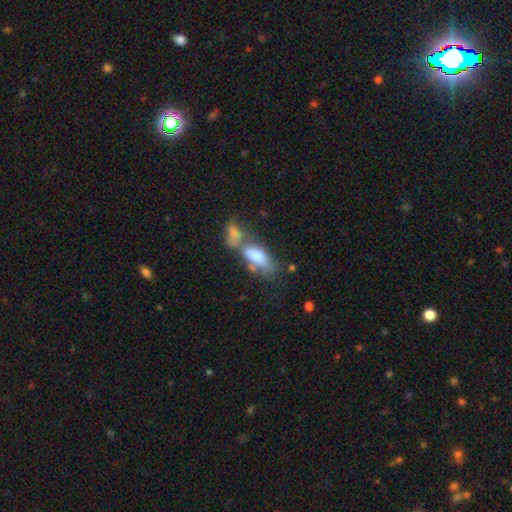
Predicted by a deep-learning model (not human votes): A smooth galaxy with no disk features (72%) that is in between round and cigar-shaped (81%). Merging: merger (52%).